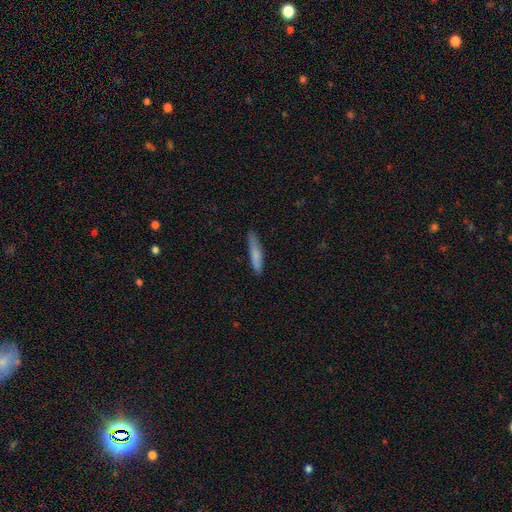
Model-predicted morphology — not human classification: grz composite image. It shows a smooth galaxy with no disk features (80%) that is cigar-shaped (87%). Merging: none (80%).